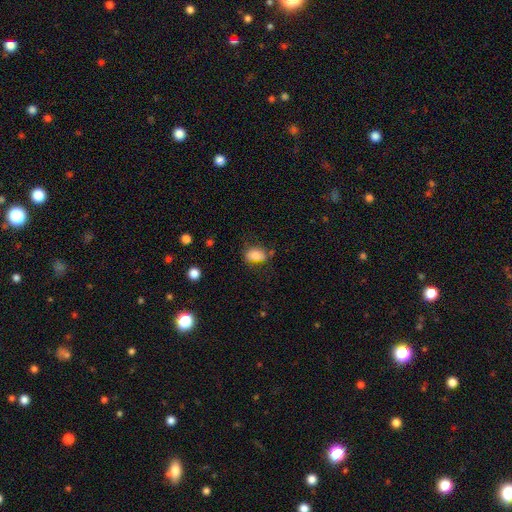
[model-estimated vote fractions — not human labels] This appears to be a smooth galaxy with no disk features (81%) that is in between round and cigar-shaped (81%). Merging: none (60%).